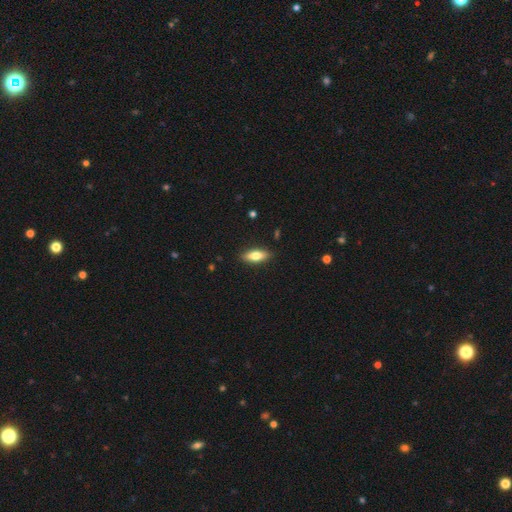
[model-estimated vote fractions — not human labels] This appears to be a smooth galaxy with no disk features (73%) that is in between round and cigar-shaped (69%). Merging: none (88%).